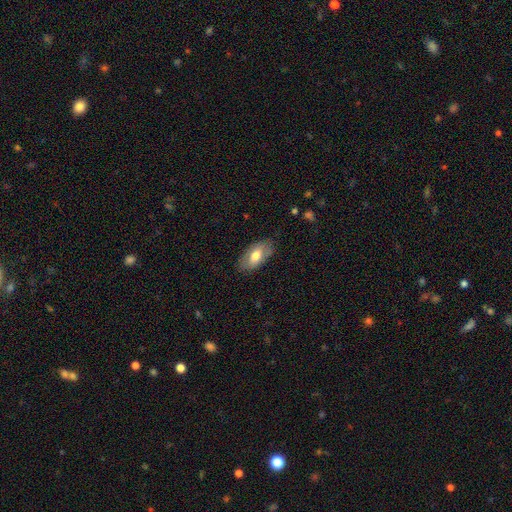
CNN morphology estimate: Smooth or featured?
  - smooth: 67% *
  - featured or disk: 26%
  - star or artifact: 6%
How rounded?
  - in between: 93% *
  - cigar-shaped: 4%
  - round: 3%
Merging?
  - none: 80% *
  - minor disturbance: 15%
  - major disturbance: 4%
  - merger: 1%